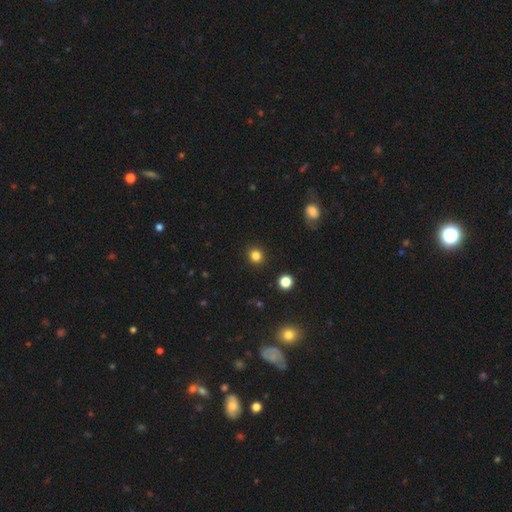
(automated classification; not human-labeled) Smooth or featured? smooth (83%)
How rounded? round (88%)
Merging? none (91%)